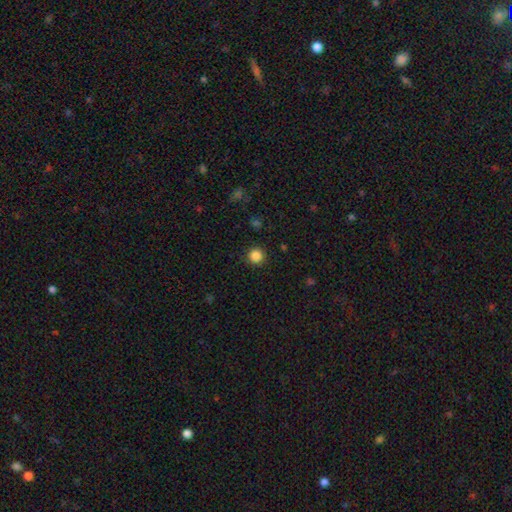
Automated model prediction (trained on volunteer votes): A smooth galaxy with no disk features (85%) that is round (95%). Merging: none (92%).